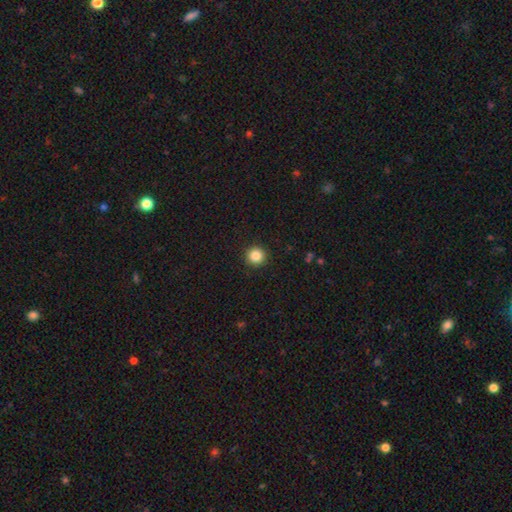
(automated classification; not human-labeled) Smooth or featured?
  - smooth: 85% *
  - star or artifact: 10%
  - featured or disk: 4%
How rounded?
  - round: 95% *
  - in between: 4%
  - cigar-shaped: 1%
Merging?
  - none: 93% *
  - minor disturbance: 4%
  - major disturbance: 2%
  - merger: 1%